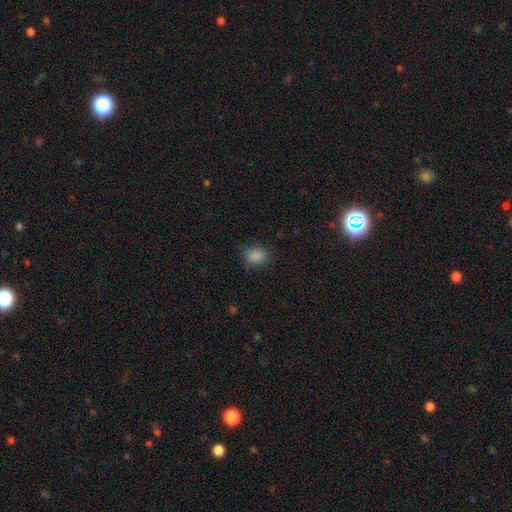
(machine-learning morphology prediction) smooth_or_featured: smooth (p=0.85) [alt: star or artifact p=0.11]
how_rounded: round (p=0.68) [alt: in between p=0.31]
merging: none (p=0.78) [alt: minor disturbance p=0.17]